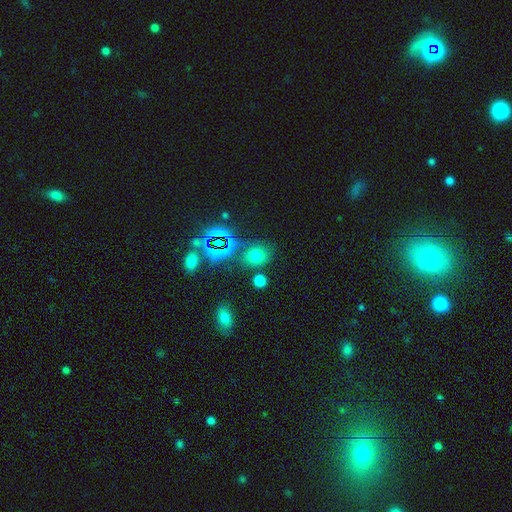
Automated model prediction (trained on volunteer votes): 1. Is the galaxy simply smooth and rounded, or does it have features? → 63% smooth, 29% star or artifact, 8% featured or disk.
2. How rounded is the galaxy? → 57% round, 42% in between, 2% cigar-shaped.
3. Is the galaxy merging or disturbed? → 74% none, 12% minor disturbance, 9% merger, 5% major disturbance.